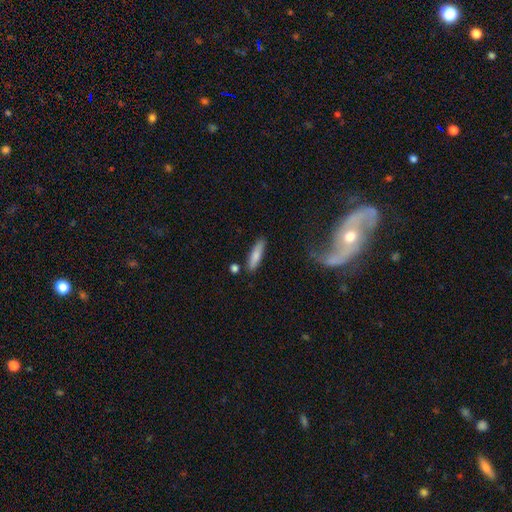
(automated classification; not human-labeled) Smooth or featured: smooth — 79% (featured or disk — 14%)
How rounded: cigar-shaped — 74% (in between — 24%)
Merging: none — 81% (minor disturbance — 12%)